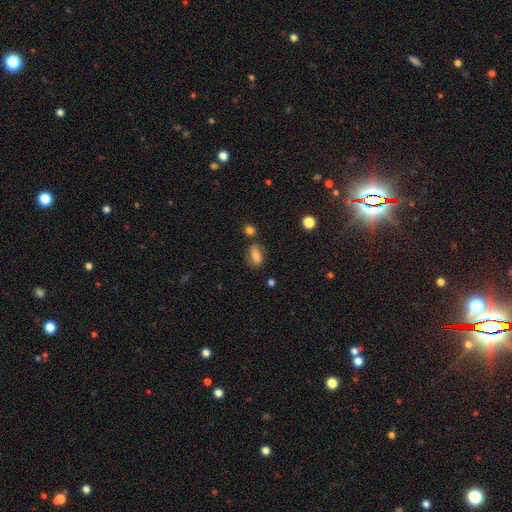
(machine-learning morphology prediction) Q: Smooth or featured?
A: smooth (69%); runner-up: featured or disk (20%)
Q: How rounded?
A: in between (81%); runner-up: round (13%)
Q: Merging?
A: none (62%); runner-up: minor disturbance (22%)